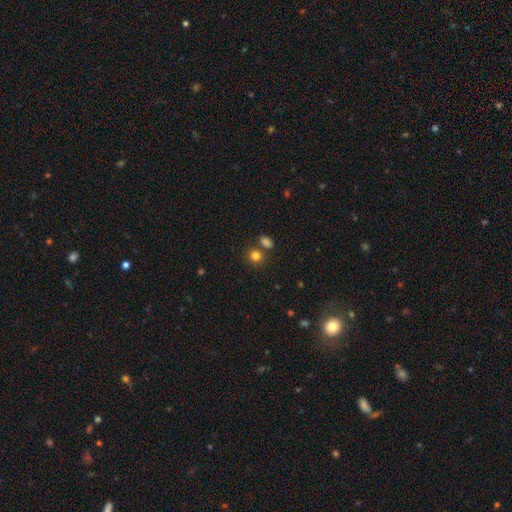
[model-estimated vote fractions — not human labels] smooth 81%, star or artifact 13%, featured or disk 6%. Down the decision tree: how rounded — round (76%); merging — none (69%).